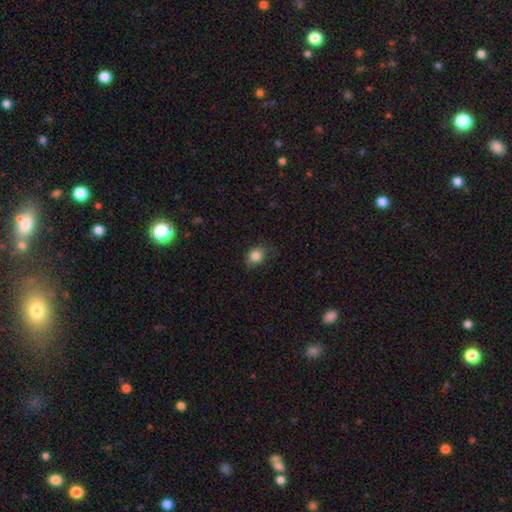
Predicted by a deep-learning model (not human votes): Overall: smooth (85%). How rounded: in between (55%; round 44%). Merging: none (70%).